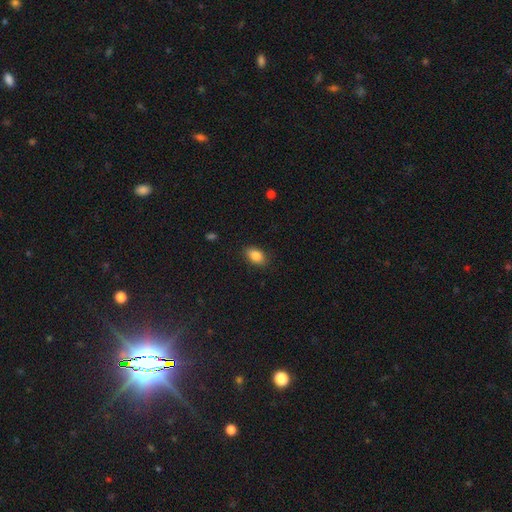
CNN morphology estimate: Smooth or featured? Predicted: smooth (p=0.86). How rounded? Predicted: in between (p=0.86). Merging? Predicted: none (p=0.86).